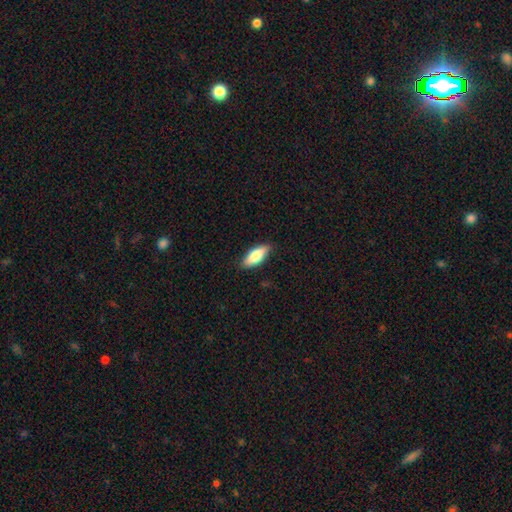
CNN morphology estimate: Smooth or featured: smooth — 72% (featured or disk — 22%)
How rounded: in between — 72% (cigar-shaped — 26%)
Merging: none — 84% (minor disturbance — 13%)